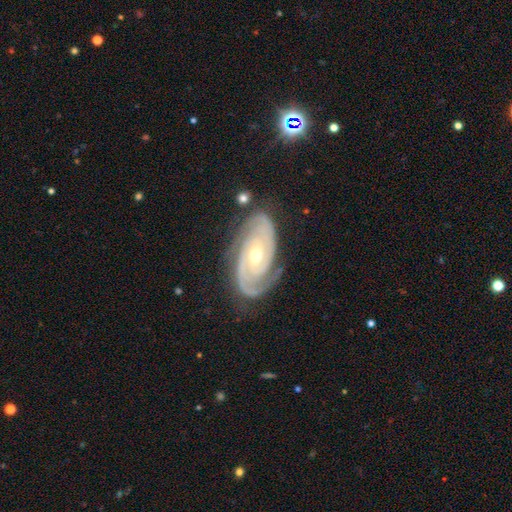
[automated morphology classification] Smooth or featured? featured or disk (92%)
Edge-on disk? no (96%)
Bar? no (60%)
Spiral arms? yes (98%)
Spiral winding? tight (75%)
Spiral arm count? 2 (66%)
Bulge size? moderate (51%)
Merging? none (78%)